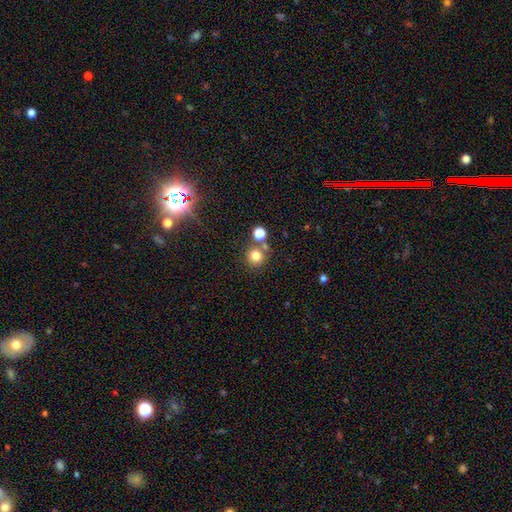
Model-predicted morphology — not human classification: This is likely a smooth galaxy (78%). How rounded: clearly round (92%). Merging: likely none (71%).